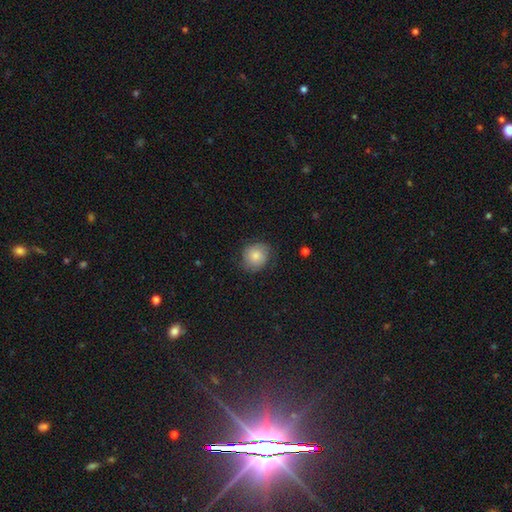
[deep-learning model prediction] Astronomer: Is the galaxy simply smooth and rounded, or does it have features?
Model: smooth — 76%.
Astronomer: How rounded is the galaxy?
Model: round — 80%.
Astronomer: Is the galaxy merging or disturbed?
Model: none — 70%.